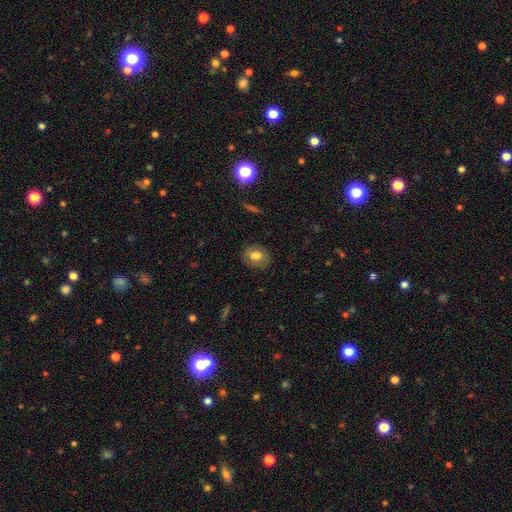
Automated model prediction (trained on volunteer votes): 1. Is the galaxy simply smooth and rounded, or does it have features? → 72% smooth, 19% featured or disk, 9% star or artifact.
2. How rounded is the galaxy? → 56% round, 43% in between, 1% cigar-shaped.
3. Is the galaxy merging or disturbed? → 85% none, 11% minor disturbance, 3% major disturbance, 1% merger.